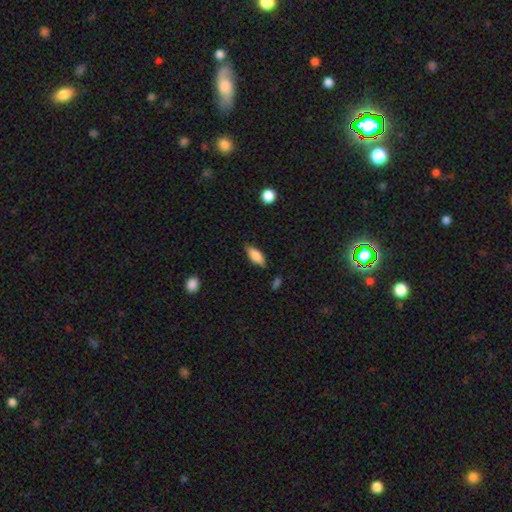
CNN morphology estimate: A smooth galaxy with no disk features (76%) that is in between round and cigar-shaped (75%).

Vote fractions:
- Smooth or featured? smooth: 76% / featured or disk: 17% / star or artifact: 7%
- How rounded? in between: 75% / cigar-shaped: 22% / round: 3%
- Merging? none: 78% / minor disturbance: 16% / major disturbance: 3% / merger: 2%